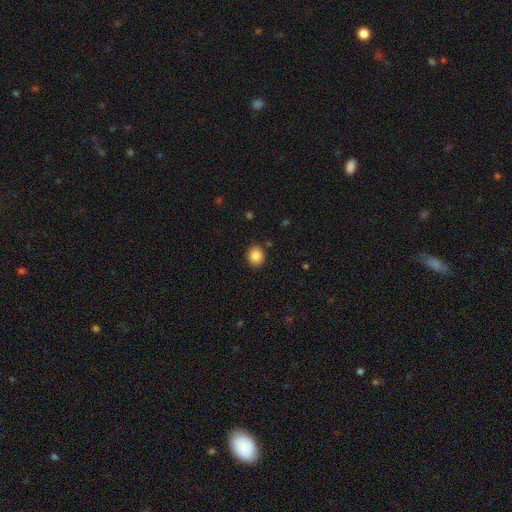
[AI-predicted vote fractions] Morphology: type=smooth (87%); roundness=round (75%); merging=none (88%).